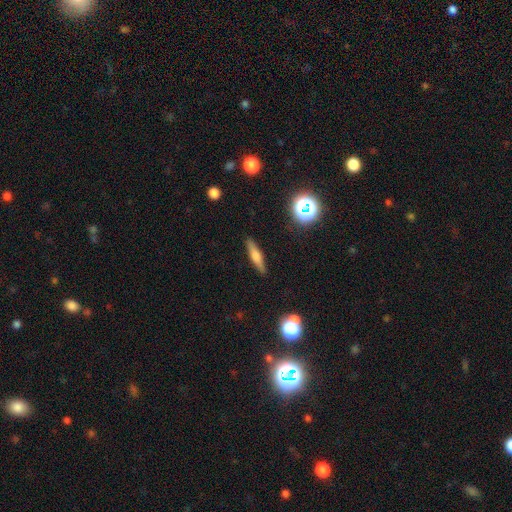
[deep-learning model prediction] A smooth galaxy with no disk features (49%).

Vote fractions:
- Smooth or featured? smooth: 49% / featured or disk: 41% / star or artifact: 10%
- Merging? none: 89% / minor disturbance: 8% / major disturbance: 2% / merger: 1%